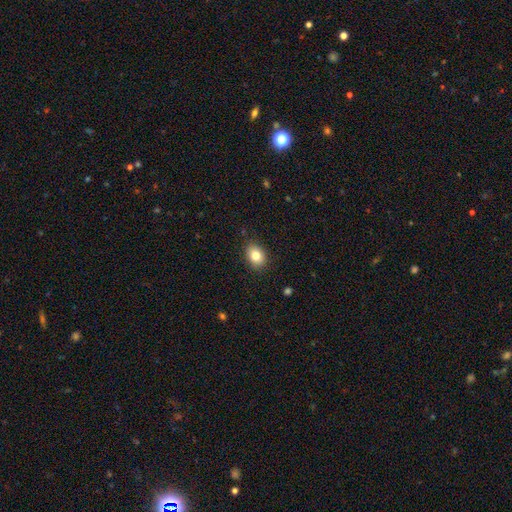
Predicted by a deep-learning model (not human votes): This is clearly a smooth galaxy (81%). How rounded: likely in between (64%). Merging: clearly none (87%).